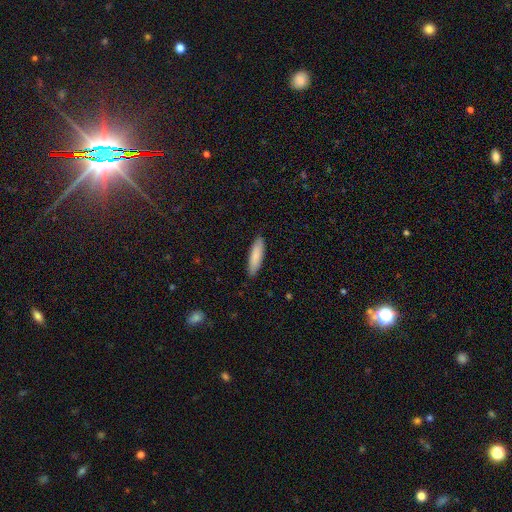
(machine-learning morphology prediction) A smooth galaxy with no disk features (84%) that is cigar-shaped (65%).

Vote fractions:
- Smooth or featured? smooth: 84% / featured or disk: 11% / star or artifact: 5%
- How rounded? cigar-shaped: 65% / in between: 33% / round: 1%
- Merging? none: 88% / minor disturbance: 9% / major disturbance: 2% / merger: 1%